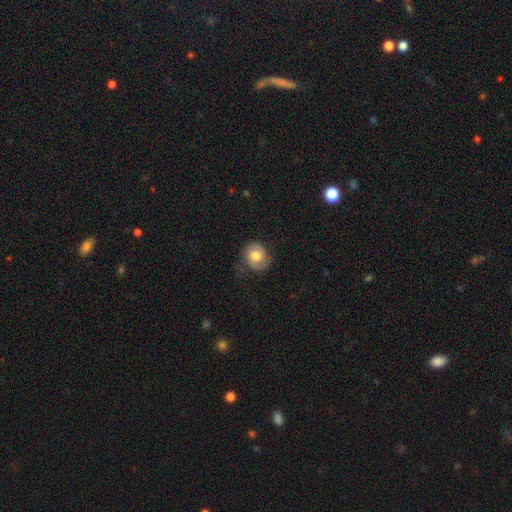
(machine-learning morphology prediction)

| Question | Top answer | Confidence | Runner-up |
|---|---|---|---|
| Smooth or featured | featured or disk | 46% | tied: smooth (46%) |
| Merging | none | 62% | minor disturbance (25%) |